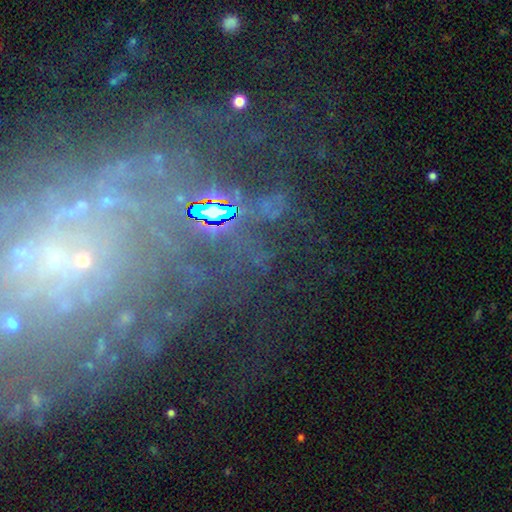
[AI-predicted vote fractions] Smooth or featured?
  - star or artifact: 53% *
  - featured or disk: 32%
  - smooth: 15%